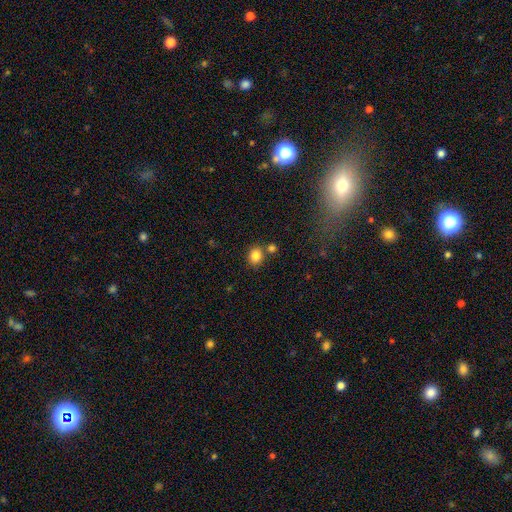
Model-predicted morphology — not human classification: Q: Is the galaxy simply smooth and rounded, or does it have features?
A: smooth — 83%.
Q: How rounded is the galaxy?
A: round — 72%.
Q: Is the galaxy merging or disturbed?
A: none — 71%.